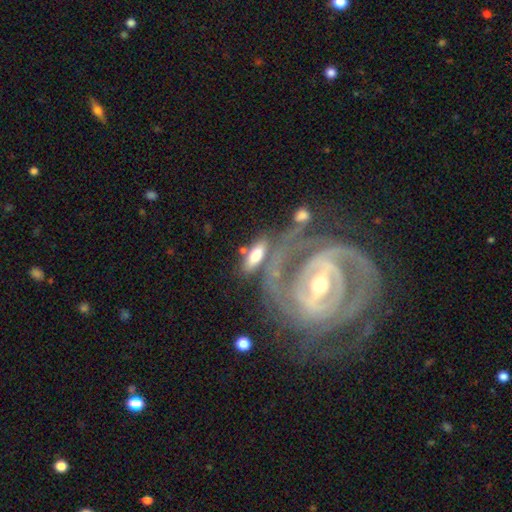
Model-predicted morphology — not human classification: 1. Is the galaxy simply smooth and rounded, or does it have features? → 63% smooth, 32% featured or disk, 5% star or artifact.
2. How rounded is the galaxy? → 77% in between, 20% cigar-shaped, 3% round.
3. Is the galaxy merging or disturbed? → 54% none, 21% merger, 16% minor disturbance, 9% major disturbance.